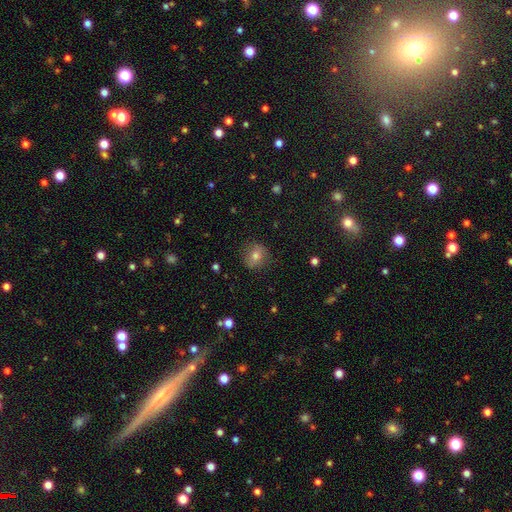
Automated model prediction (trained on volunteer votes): Morphology: type=smooth (68%); roundness=round (85%); merging=none (84%).